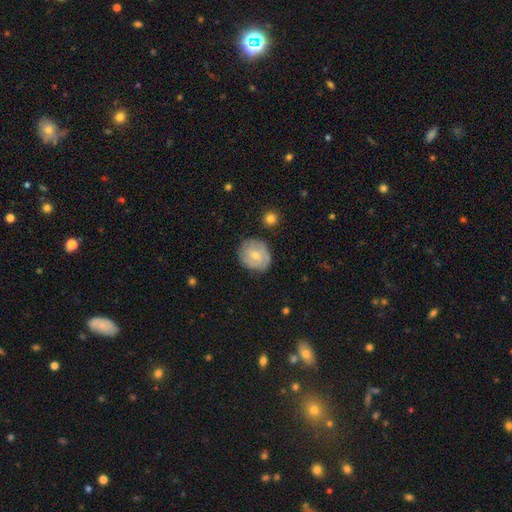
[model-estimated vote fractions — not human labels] smooth-or-featured: featured or disk: 58% | smooth: 36% | star or artifact: 7%
  disk-edge-on: no: 97% | yes: 3%
    bar: no: 55% | weak: 40% | strong: 6%
    has-spiral-arms: yes: 85% | no: 15%
    bulge-size: small: 48% (tied) | moderate: 48% (tied) | none: 2% | large: 1% | dominant: 1%
  merging: none: 78% | minor disturbance: 16% | major disturbance: 4% | merger: 2%